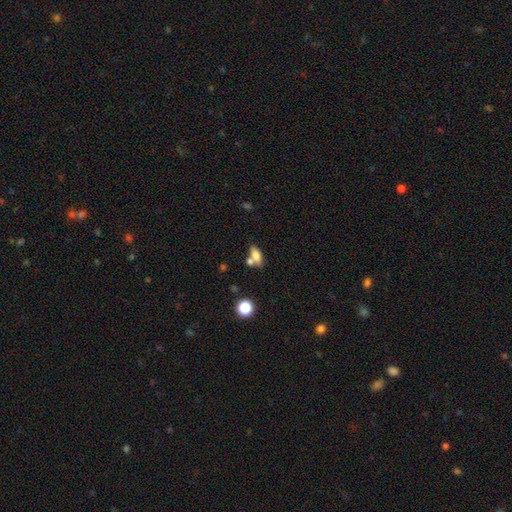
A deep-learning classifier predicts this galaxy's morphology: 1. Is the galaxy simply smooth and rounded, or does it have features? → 74% smooth, 17% featured or disk, 9% star or artifact.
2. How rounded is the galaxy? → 79% in between, 13% cigar-shaped, 7% round.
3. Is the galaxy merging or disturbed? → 49% none, 34% merger, 13% minor disturbance, 5% major disturbance.